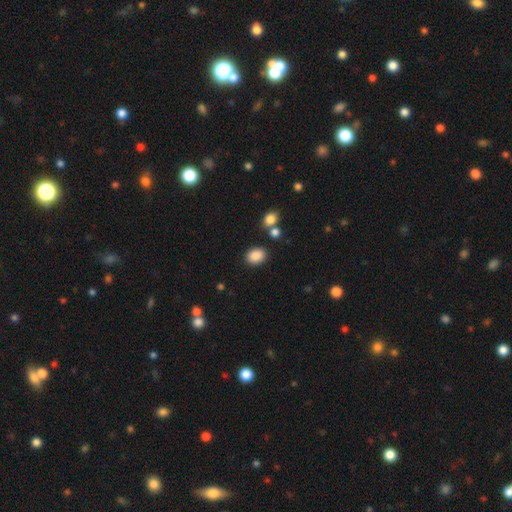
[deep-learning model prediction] This is clearly a smooth galaxy (88%). How rounded: likely in between (63%). Merging: clearly none (81%).